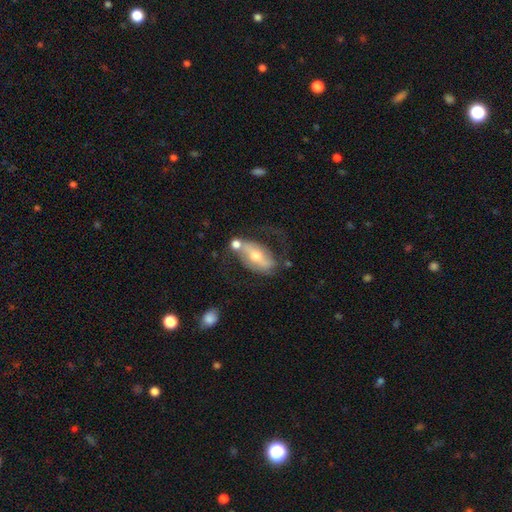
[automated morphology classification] smooth_or_featured: featured or disk (p=0.65) [alt: smooth p=0.29]
disk_edge_on: no (p=0.86) [alt: yes p=0.14]
bar: strong (p=0.48) [alt: weak p=0.26]
has_spiral_arms: yes (p=0.57) [alt: no p=0.43]
bulge_size: moderate (p=0.66) [alt: small p=0.27]
merging: none (p=0.40) [alt: major disturbance p=0.23]